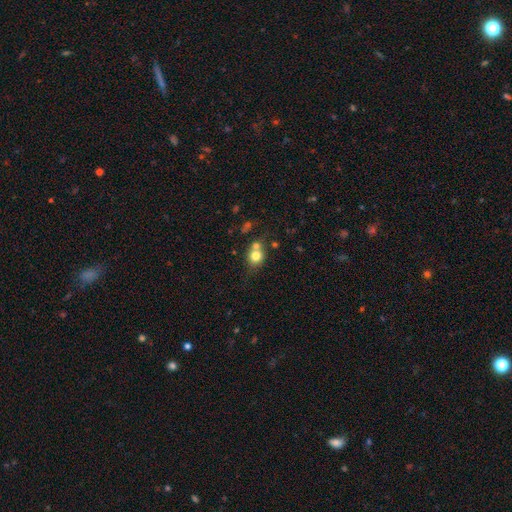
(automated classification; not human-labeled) Smooth or featured? Predicted: smooth (p=0.76). How rounded? Predicted: round (p=0.74). Merging? Predicted: none (p=0.49).